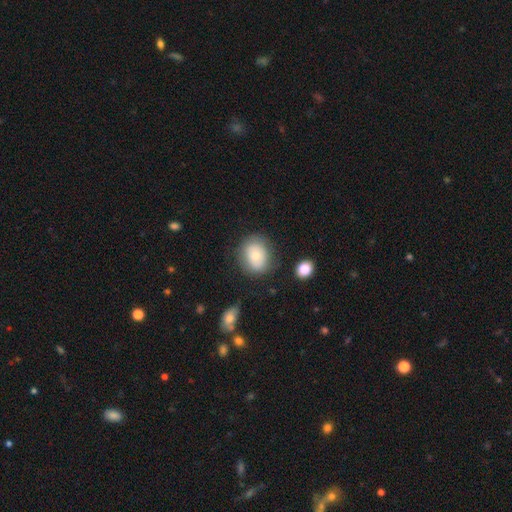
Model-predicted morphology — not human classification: smooth_or_featured: smooth (p=0.69) [alt: featured or disk p=0.23]
how_rounded: round (p=0.56) [alt: in between p=0.43]
merging: none (p=0.75) [alt: minor disturbance p=0.16]